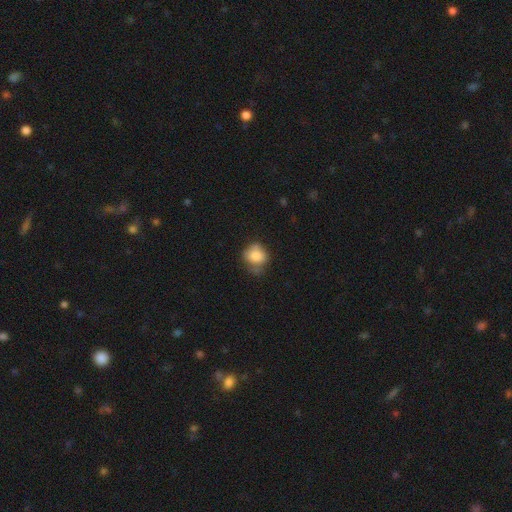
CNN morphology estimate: Smooth or featured? Predicted: smooth (p=0.81). How rounded? Predicted: round (p=0.71). Merging? Predicted: none (p=0.48).